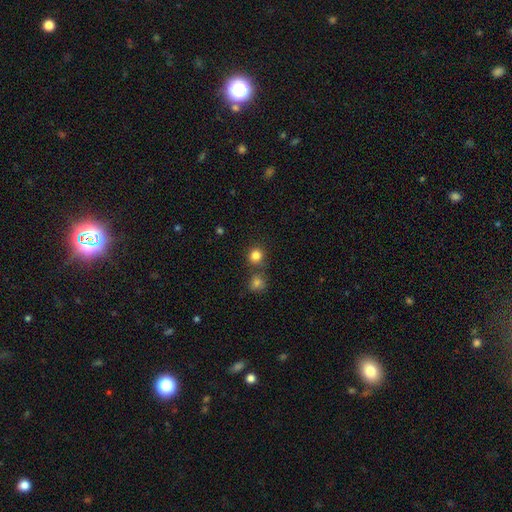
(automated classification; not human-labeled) This appears to be a smooth galaxy with no disk features (82%) that is round (90%). Merging: none (71%).